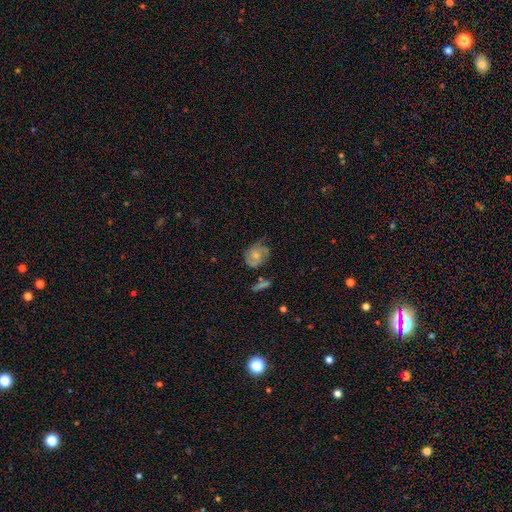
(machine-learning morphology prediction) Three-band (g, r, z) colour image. It shows a featured or disk galaxy (58%) with no bar (75%), spiral arms (84%) and a small central bulge (56%). Merging: none (50%).